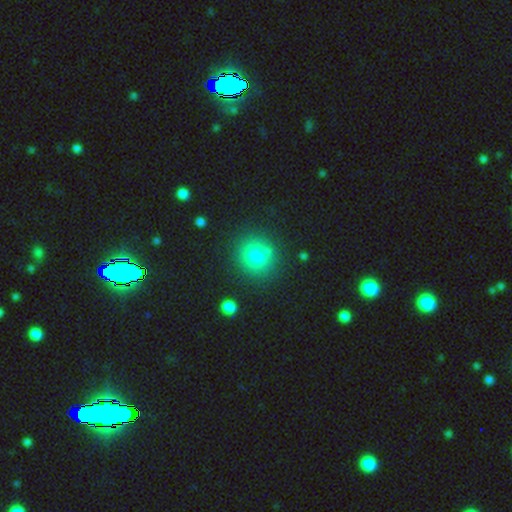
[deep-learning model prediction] Smooth or featured: smooth — 77% (star or artifact — 14%)
How rounded: round — 90% (in between — 9%)
Merging: none — 82% (minor disturbance — 9%)